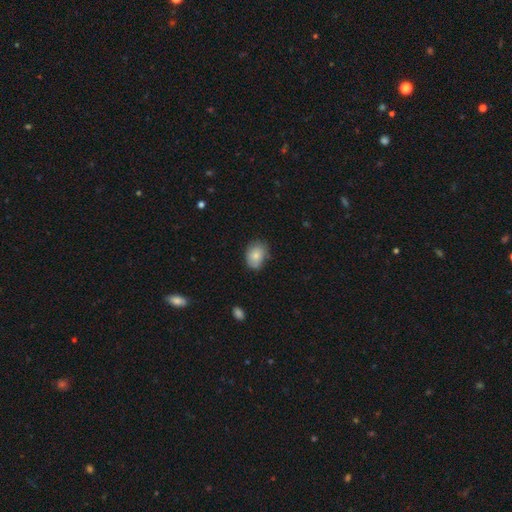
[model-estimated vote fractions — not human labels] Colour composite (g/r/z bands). It shows a smooth galaxy with no disk features (78%) that is in between round and cigar-shaped (67%). Merging: none (68%).